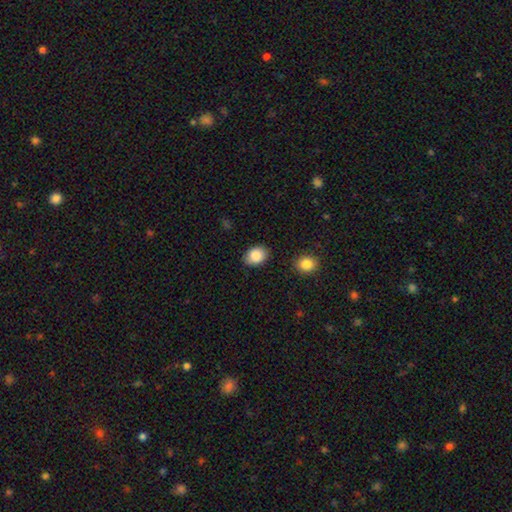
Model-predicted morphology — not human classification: smooth 87%, star or artifact 8%, featured or disk 5%. Down the decision tree: how rounded — in between (68%); merging — none (85%).